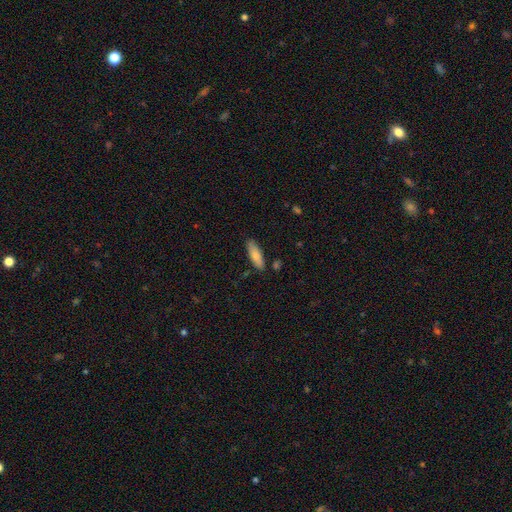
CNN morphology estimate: The model was most divided on "how rounded": in between: 51%, cigar-shaped: 47%, round: 2%. More confident: merging — none (82%); smooth or featured — smooth (76%).